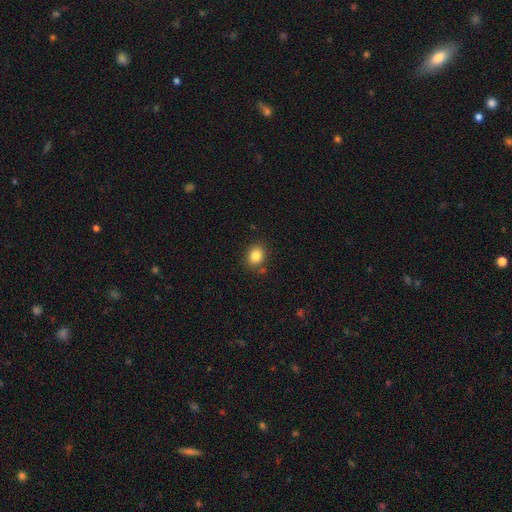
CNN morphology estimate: Overall: smooth (84%). How rounded: round (58%; in between 42%). Merging: none (82%).